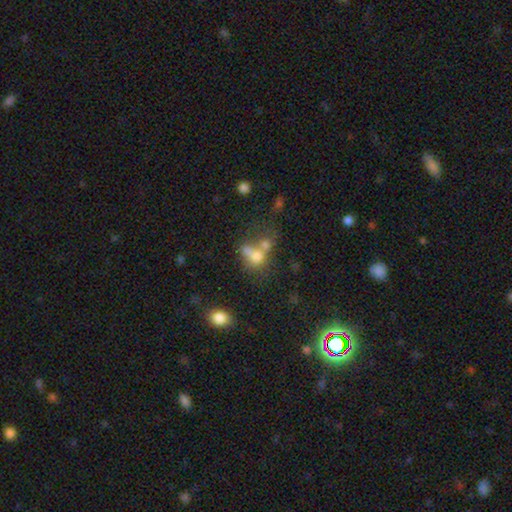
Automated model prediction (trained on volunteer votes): smooth 62%, featured or disk 22%, star or artifact 16%. Down the decision tree: how rounded — round (49%); merging — merger (56%).